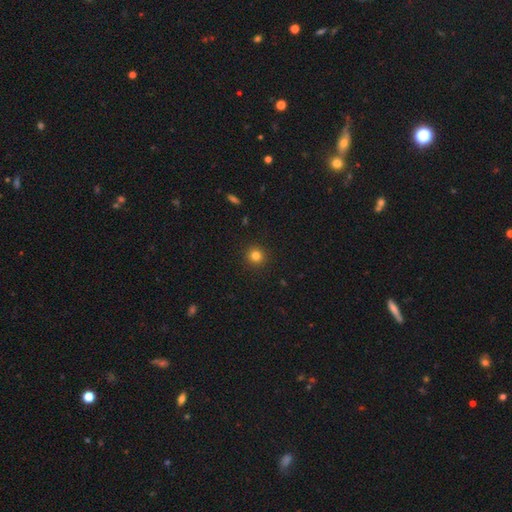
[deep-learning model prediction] A smooth galaxy with no disk features (81%) that is round (94%).

Vote fractions:
- Smooth or featured? smooth: 81% / star or artifact: 14% / featured or disk: 5%
- How rounded? round: 94% / in between: 5% / cigar-shaped: 1%
- Merging? none: 92% / minor disturbance: 5% / major disturbance: 2% / merger: 1%